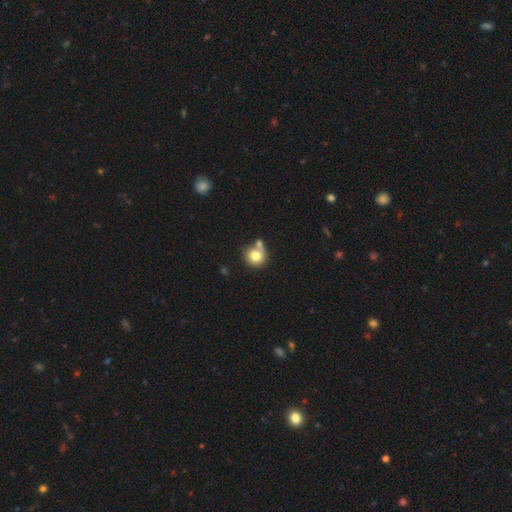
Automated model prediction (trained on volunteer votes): smooth 77%, featured or disk 13%, star or artifact 9%. Down the decision tree: how rounded — round (89%); merging — none (52%).